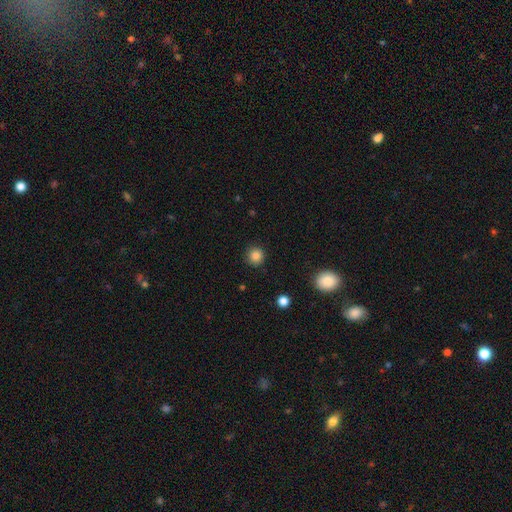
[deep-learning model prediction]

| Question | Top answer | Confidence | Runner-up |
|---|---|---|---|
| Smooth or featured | smooth | 85% | star or artifact (11%) |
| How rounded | round | 94% | in between (5%) |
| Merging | none | 90% | minor disturbance (6%) |